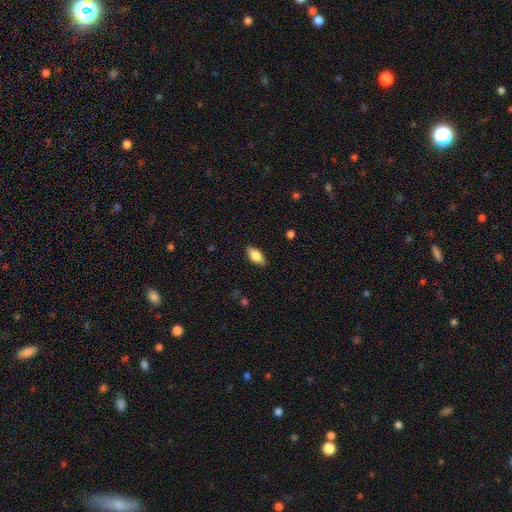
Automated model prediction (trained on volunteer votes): A smooth galaxy with no disk features (74%) that is in between round and cigar-shaped (88%).

Vote fractions:
- Smooth or featured? smooth: 74% / featured or disk: 19% / star or artifact: 7%
- How rounded? in between: 88% / cigar-shaped: 9% / round: 3%
- Merging? none: 88% / minor disturbance: 9% / major disturbance: 2% / merger: 1%